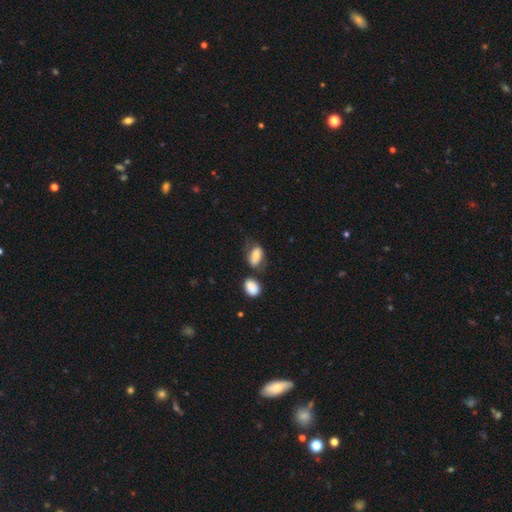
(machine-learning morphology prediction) smooth_or_featured: smooth (p=0.73) [alt: featured or disk p=0.19]
how_rounded: in between (p=0.87) [alt: round p=0.09]
merging: none (p=0.46) [alt: minor disturbance p=0.23]